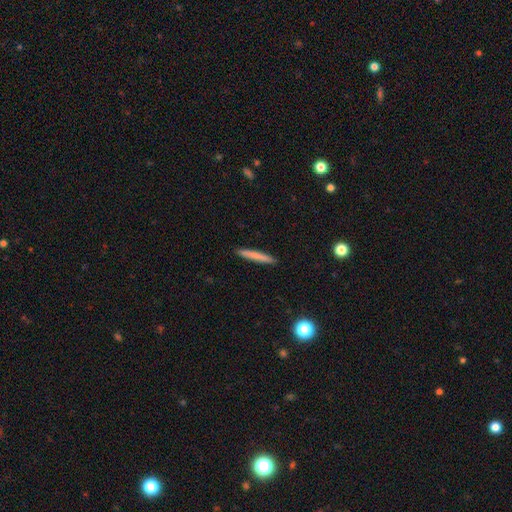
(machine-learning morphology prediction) smooth-or-featured: smooth: 76% | featured or disk: 18% | star or artifact: 6%
  how-rounded: cigar-shaped: 96% | in between: 3% | round: 1%
  merging: none: 92% | minor disturbance: 6% | major disturbance: 1% | merger: 1%